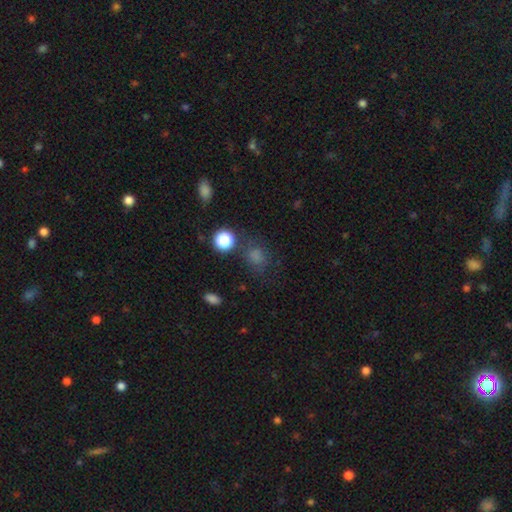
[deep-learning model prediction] Overall: smooth (71%). How rounded: round (68%; in between 31%). Merging: none (68%).